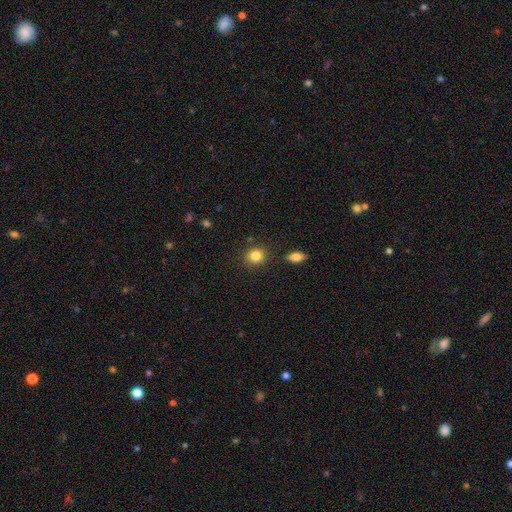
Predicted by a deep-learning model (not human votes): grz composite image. It shows a smooth galaxy with no disk features (84%) that is round (78%). Merging: none (84%).